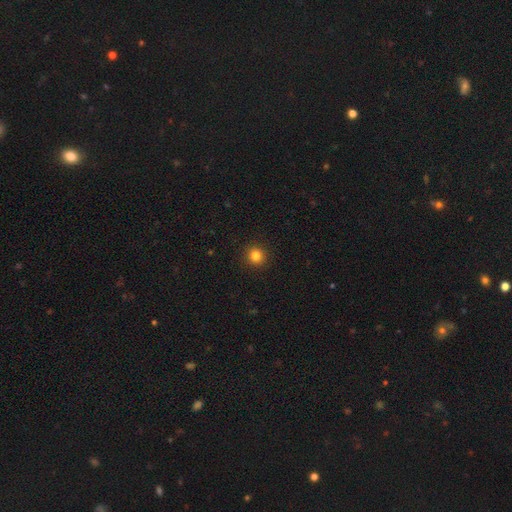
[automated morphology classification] smooth 83%, star or artifact 12%, featured or disk 5%. Down the decision tree: how rounded — round (93%); merging — none (93%).